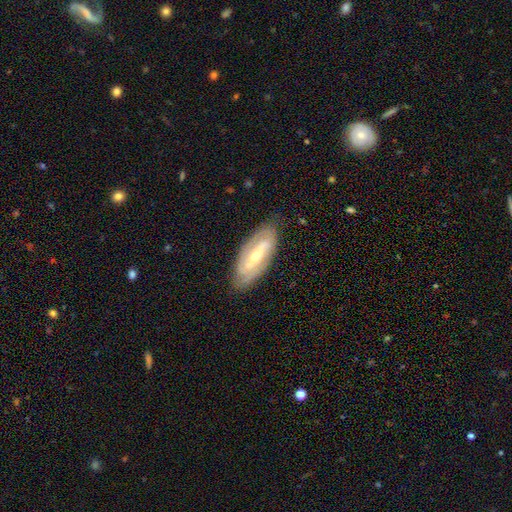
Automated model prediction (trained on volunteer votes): A featured or disk galaxy (77%) with a strong bar (48%), 2 (69%) tight (47%) spiral arms (84%) and a moderate central bulge (48%, tied with small). Merging: none (82%).